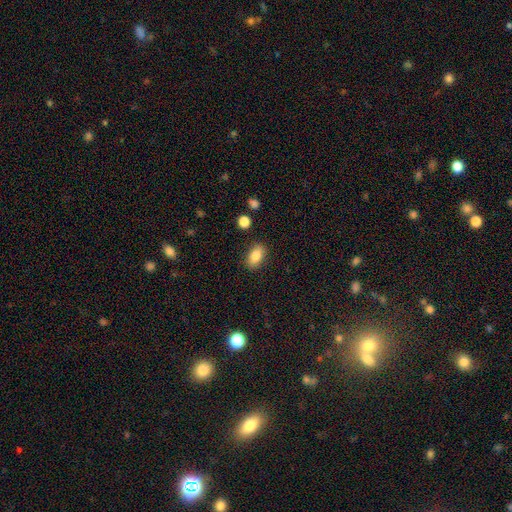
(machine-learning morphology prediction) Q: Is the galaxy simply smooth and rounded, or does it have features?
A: smooth — 85%.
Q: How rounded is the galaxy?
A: in between — 89%.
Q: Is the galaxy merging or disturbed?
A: none — 85%.